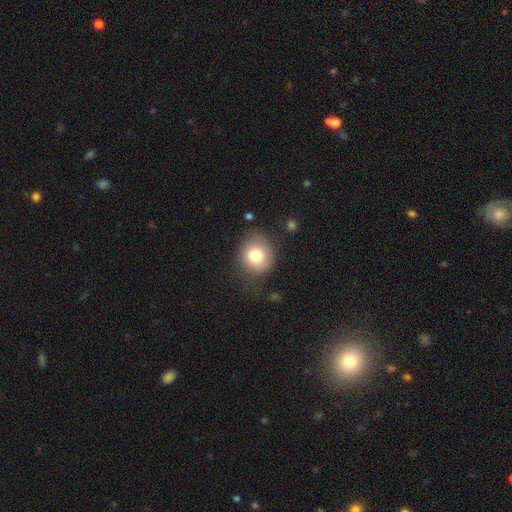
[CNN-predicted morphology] Smooth or featured? Predicted: smooth (p=0.79). How rounded? Predicted: round (p=0.79). Merging? Predicted: none (p=0.69).